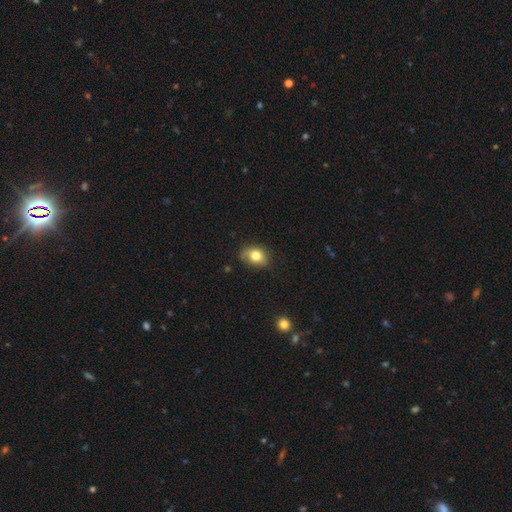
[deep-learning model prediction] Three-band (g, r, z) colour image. It shows a smooth galaxy with no disk features (80%) that is in between round and cigar-shaped (69%). Merging: none (71%).